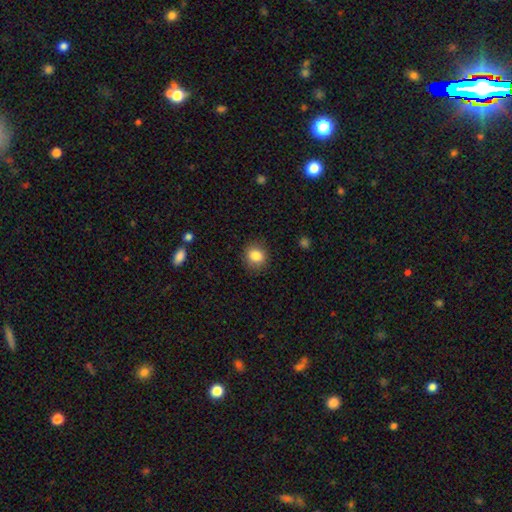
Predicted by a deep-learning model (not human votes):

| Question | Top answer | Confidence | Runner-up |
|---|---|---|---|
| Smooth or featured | smooth | 85% | star or artifact (10%) |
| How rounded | round | 78% | in between (21%) |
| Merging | none | 87% | minor disturbance (9%) |